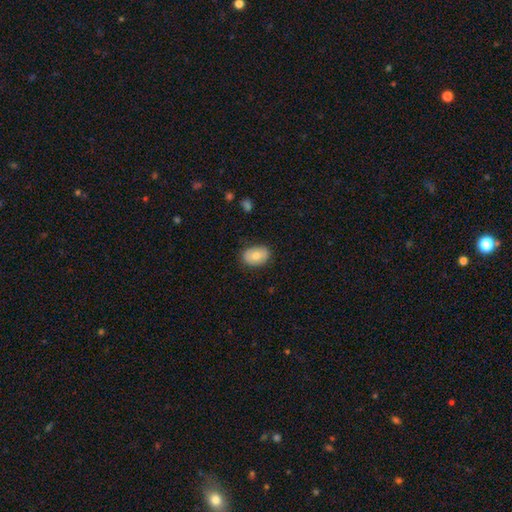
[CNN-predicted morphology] A smooth galaxy with no disk features (75%) that is in between round and cigar-shaped (80%).

Vote fractions:
- Smooth or featured? smooth: 75% / featured or disk: 18% / star or artifact: 7%
- How rounded? in between: 80% / round: 19% / cigar-shaped: 1%
- Merging? none: 83% / minor disturbance: 13% / major disturbance: 3% / merger: 1%